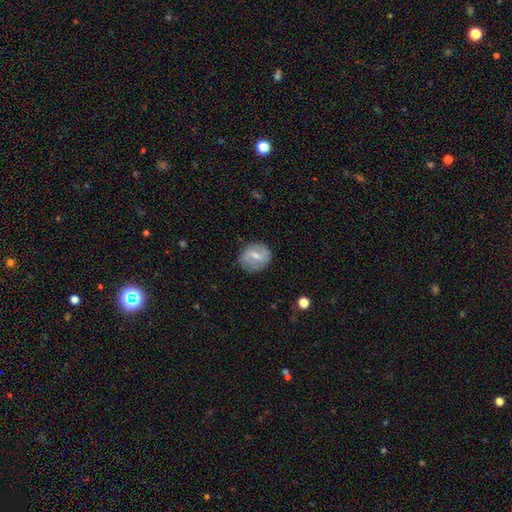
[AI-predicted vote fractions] Smooth or featured? Predicted: featured or disk (p=0.47). Merging? Predicted: none (p=0.79).